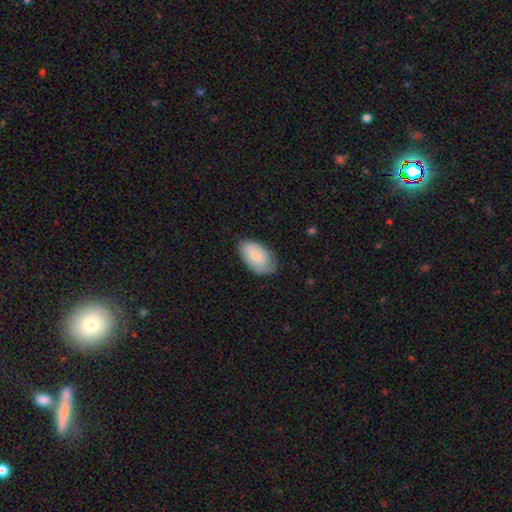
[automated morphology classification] A smooth galaxy with no disk features (72%) that is in between round and cigar-shaped (93%). Merging: none (72%).